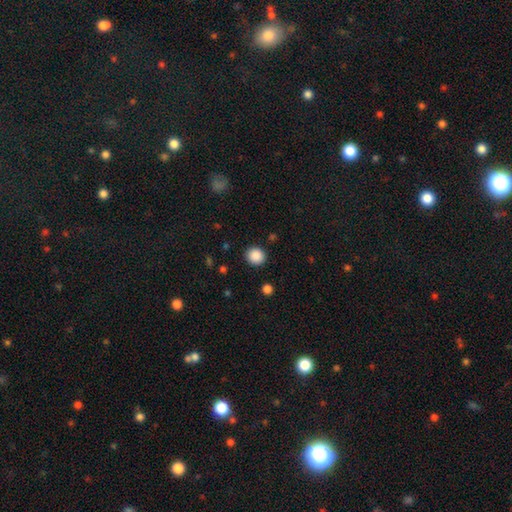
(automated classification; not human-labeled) smooth 88%, star or artifact 9%, featured or disk 3%. Down the decision tree: how rounded — round (88%); merging — none (90%).